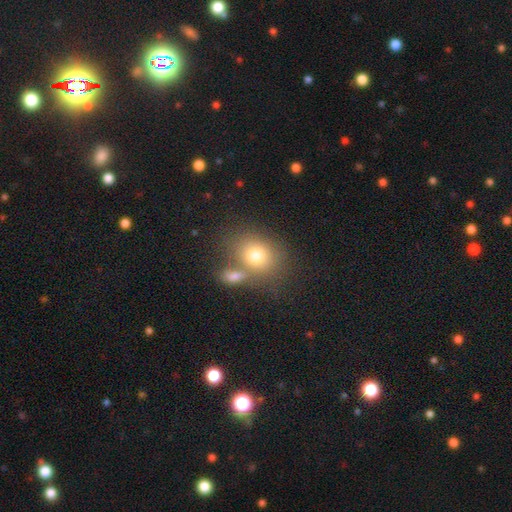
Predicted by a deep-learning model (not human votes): This is likely a smooth galaxy (74%). How rounded: possibly round (55%). Merging: possibly none (52%).